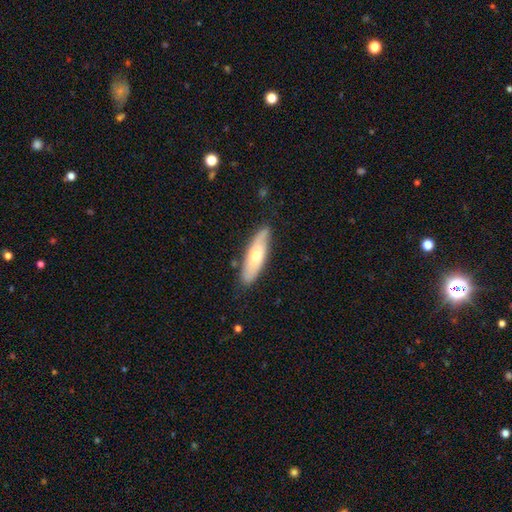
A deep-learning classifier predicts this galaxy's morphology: Smooth or featured: smooth — 51% (featured or disk — 43%)
How rounded: cigar-shaped — 50% (in between — 48%)
Merging: none — 80% (minor disturbance — 16%)